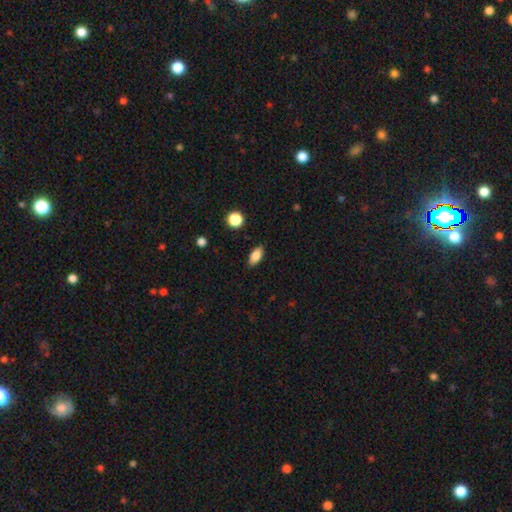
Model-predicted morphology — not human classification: This is clearly a smooth galaxy (83%). How rounded: clearly in between (86%). Merging: clearly none (86%).